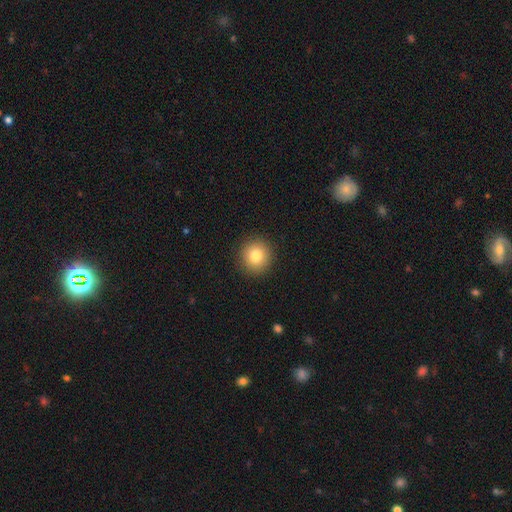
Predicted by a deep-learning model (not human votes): smooth_or_featured: smooth (p=0.80) [alt: star or artifact p=0.11]
how_rounded: round (p=0.93) [alt: in between p=0.06]
merging: none (p=0.92) [alt: minor disturbance p=0.05]